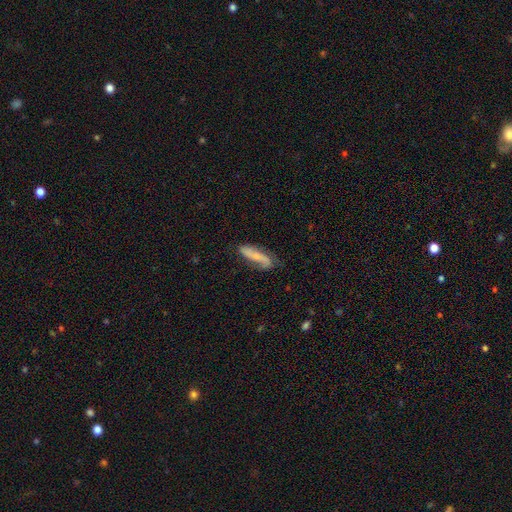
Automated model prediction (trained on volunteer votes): smooth_or_featured: featured or disk (p=0.52) [alt: smooth p=0.41]
disk_edge_on: no (p=0.76) [alt: yes p=0.24]
merging: none (p=0.62) [alt: minor disturbance p=0.26]